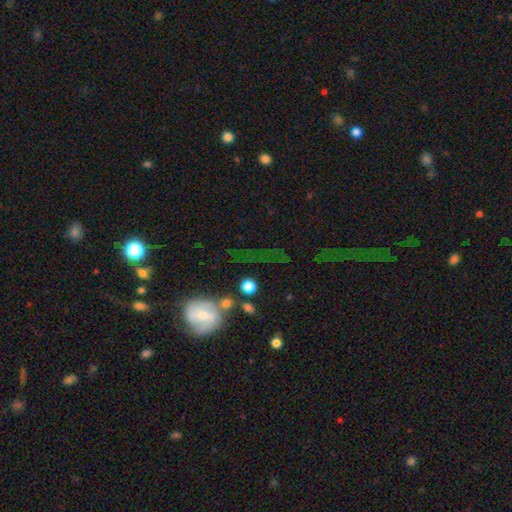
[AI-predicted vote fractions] smooth-or-featured: star or artifact: 40% | featured or disk: 35% | smooth: 25%